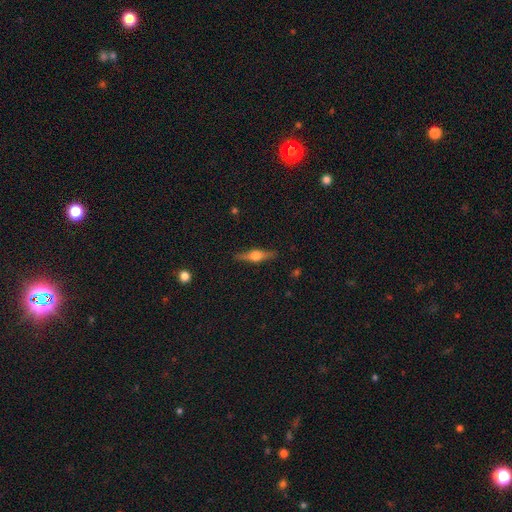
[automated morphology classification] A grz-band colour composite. It shows a featured or disk galaxy (68%) viewed edge-on (97%) with a rounded central bulge (93%). Merging: none (88%).